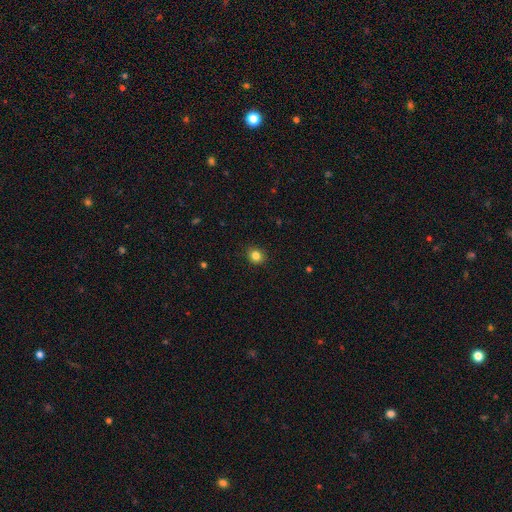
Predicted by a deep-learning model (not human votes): Smooth or featured? smooth (84%)
How rounded? round (79%)
Merging? none (90%)